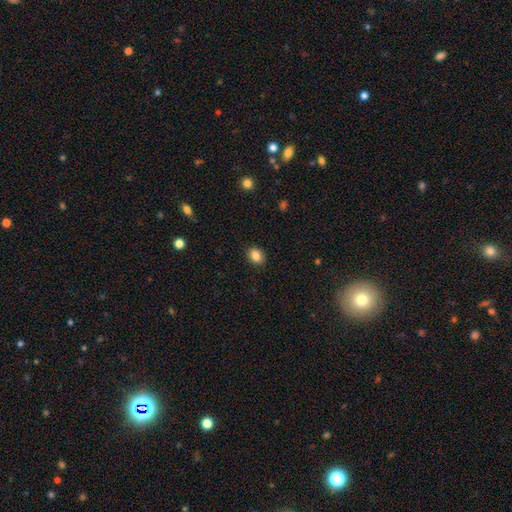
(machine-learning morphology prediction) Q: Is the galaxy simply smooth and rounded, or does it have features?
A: smooth — 86%.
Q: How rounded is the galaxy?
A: in between — 55%.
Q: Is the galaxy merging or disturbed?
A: none — 90%.